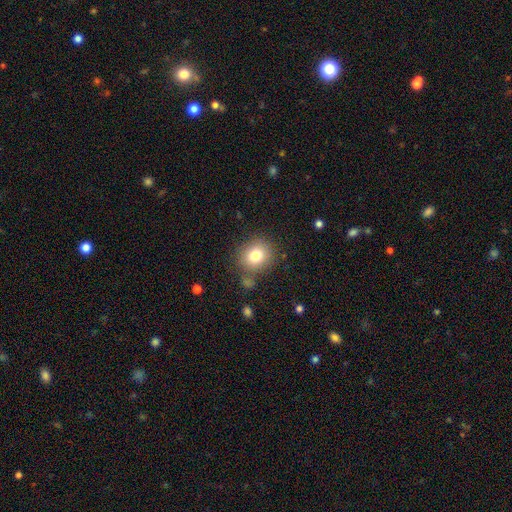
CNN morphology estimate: A smooth galaxy with no disk features (79%) that is round (76%).

Vote fractions:
- Smooth or featured? smooth: 79% / star or artifact: 11% / featured or disk: 10%
- How rounded? round: 76% / in between: 23% / cigar-shaped: 1%
- Merging? none: 79% / minor disturbance: 12% / merger: 5% / major disturbance: 4%